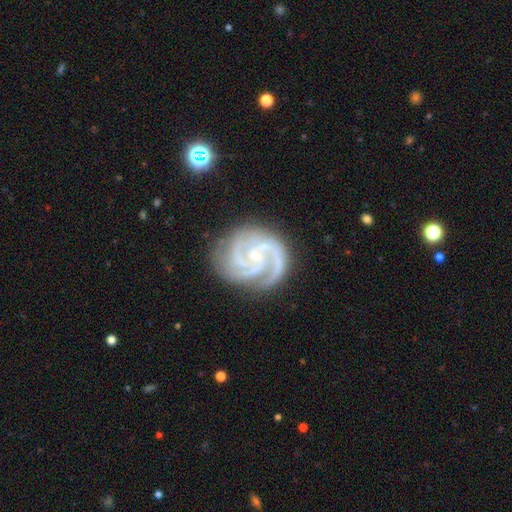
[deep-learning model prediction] Smooth or featured? Predicted: featured or disk (p=0.93). Edge-on disk? Predicted: no (p=0.98). Bar? Predicted: no (p=0.63). Spiral arms? Predicted: yes (p=0.99). Spiral winding? Predicted: tight (p=0.59). Spiral arm count? Predicted: 3 (p=0.64). Bulge size? Predicted: small (p=0.81). Merging? Predicted: none (p=0.77).